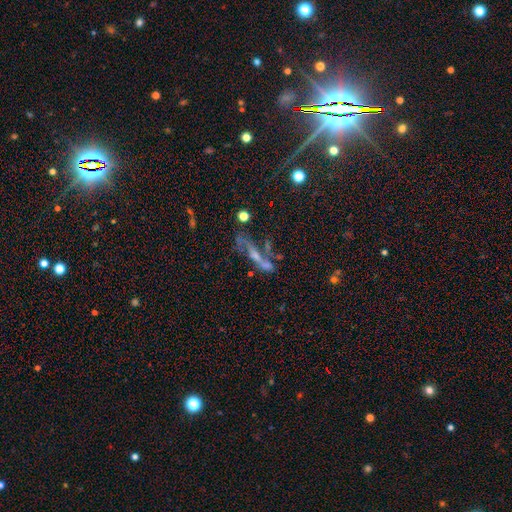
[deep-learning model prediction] A featured or disk galaxy (52%).

Vote fractions:
- Smooth or featured? featured or disk: 52% / smooth: 26% / star or artifact: 21%
- Edge-on disk? no: 58% / yes: 42%
- Merging? none: 35% / merger: 29% / major disturbance: 21% / minor disturbance: 15%